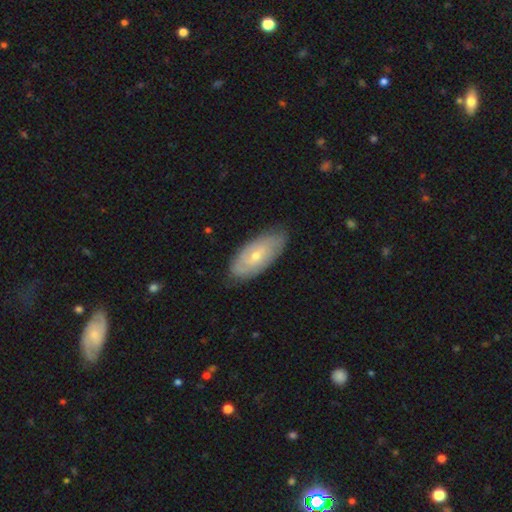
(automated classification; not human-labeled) A featured or disk galaxy (63%) with no bar (65%), spiral arms (77%) and a small central bulge (62%).

Vote fractions:
- Smooth or featured? featured or disk: 63% / smooth: 31% / star or artifact: 6%
- Edge-on disk? no: 89% / yes: 11%
- Bar? no: 65% / weak: 29% / strong: 6%
- Spiral arms? yes: 77% / no: 23%
- Bulge size? small: 62% / moderate: 35% / large: 1% / none: 1% / dominant: 1%
- Merging? none: 79% / minor disturbance: 16% / major disturbance: 3% / merger: 1%